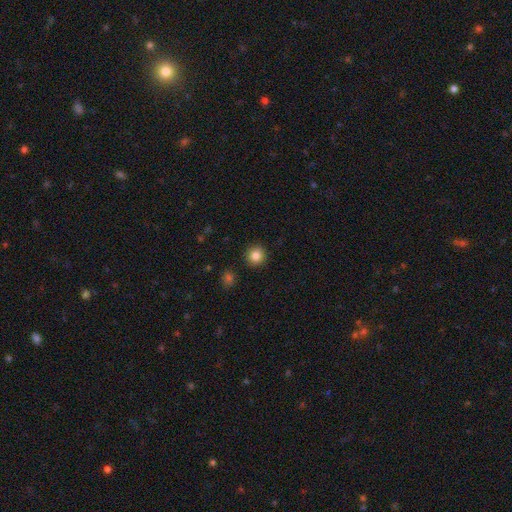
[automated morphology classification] The model was most divided on "smooth or featured": smooth: 84%, star or artifact: 10%, featured or disk: 5%. More confident: how rounded — round (94%); merging — none (92%).